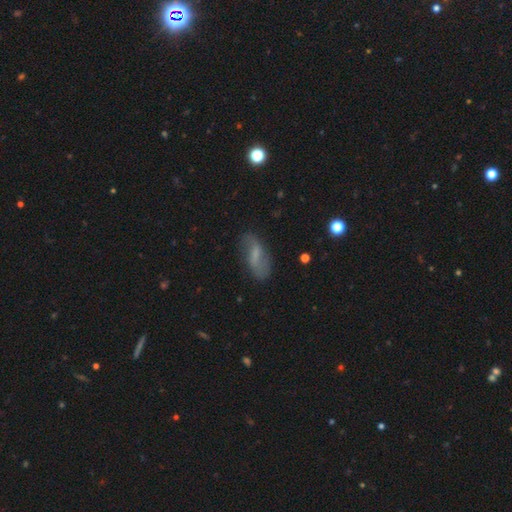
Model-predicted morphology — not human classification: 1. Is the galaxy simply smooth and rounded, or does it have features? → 52% featured or disk, 39% smooth, 9% star or artifact.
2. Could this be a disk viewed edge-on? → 91% no, 9% yes.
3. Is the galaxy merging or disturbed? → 73% none, 18% minor disturbance, 7% major disturbance, 2% merger.